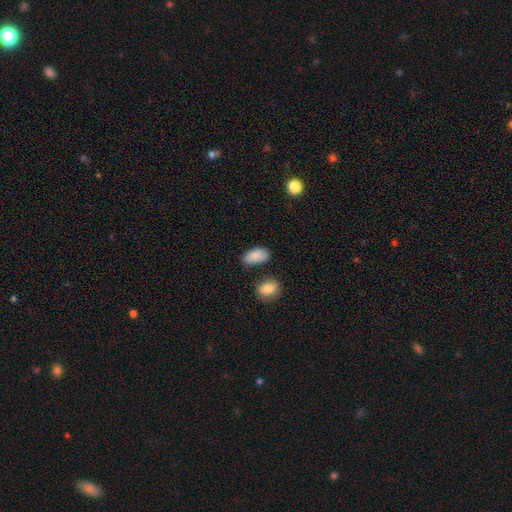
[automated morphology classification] Q: Smooth or featured?
A: smooth (87%); runner-up: star or artifact (8%)
Q: How rounded?
A: in between (93%); runner-up: round (5%)
Q: Merging?
A: none (66%); runner-up: minor disturbance (21%)